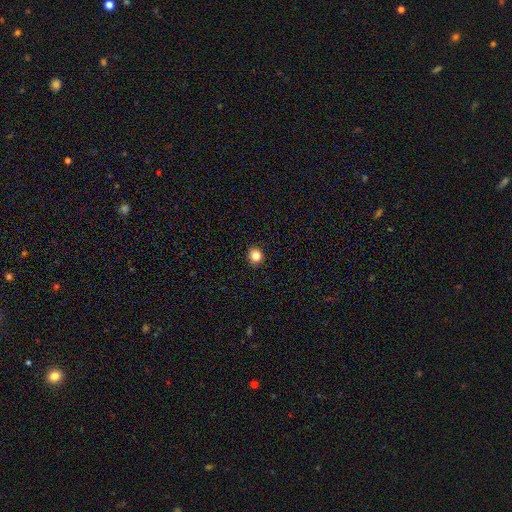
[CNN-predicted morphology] Smooth or featured? smooth (83%)
How rounded? round (83%)
Merging? none (92%)